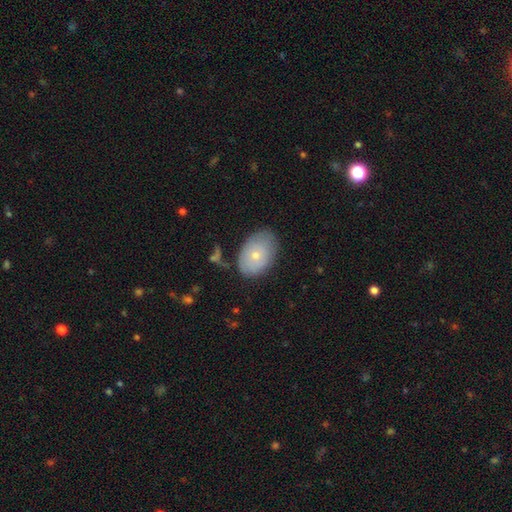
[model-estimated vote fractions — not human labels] A smooth galaxy with no disk features (68%) that is in between round and cigar-shaped (85%). Merging: none (70%).